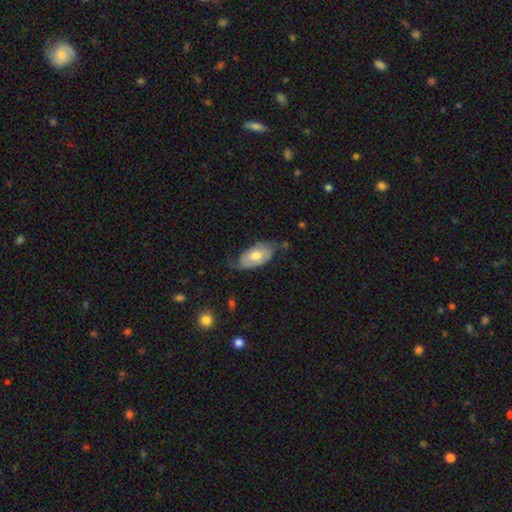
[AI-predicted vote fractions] Overall: smooth (57%; featured or disk 37%). How rounded: in between (92%). Merging: none (54%; minor disturbance 33%).